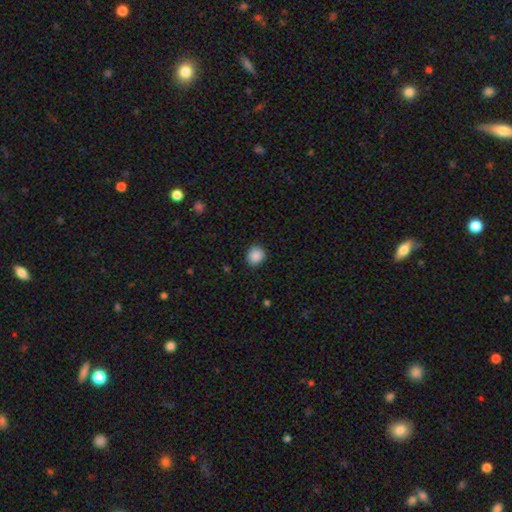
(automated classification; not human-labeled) A smooth galaxy with no disk features (89%) that is round (79%).

Vote fractions:
- Smooth or featured? smooth: 89% / star or artifact: 8% / featured or disk: 3%
- How rounded? round: 79% / in between: 20% / cigar-shaped: 1%
- Merging? none: 88% / minor disturbance: 9% / major disturbance: 2% / merger: 1%